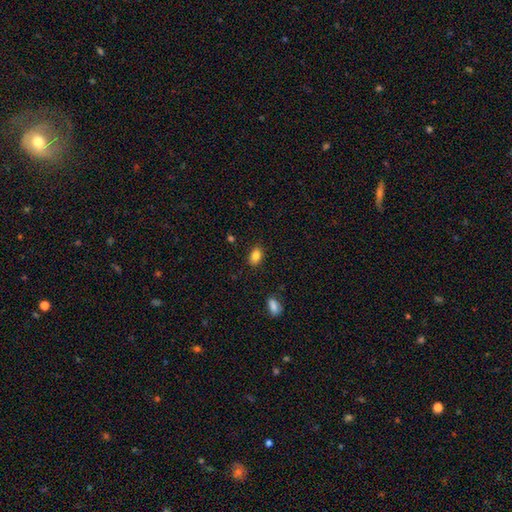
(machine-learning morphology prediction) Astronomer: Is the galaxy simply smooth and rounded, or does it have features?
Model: smooth — 84%.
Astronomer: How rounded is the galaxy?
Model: in between — 84%.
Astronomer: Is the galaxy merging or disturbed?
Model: none — 86%.